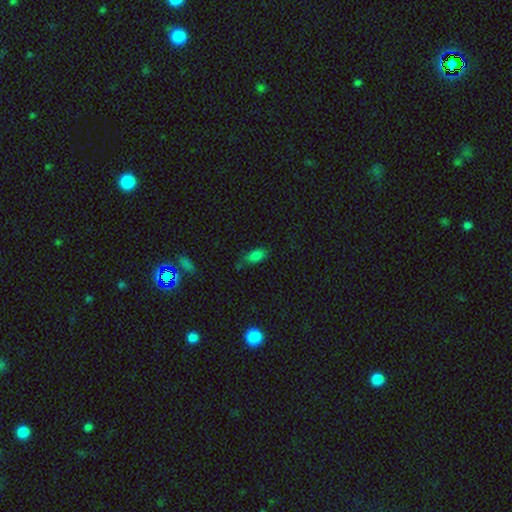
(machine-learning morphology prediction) This appears to be a smooth galaxy with no disk features (77%) that is in between round and cigar-shaped (87%). Merging: none (62%).